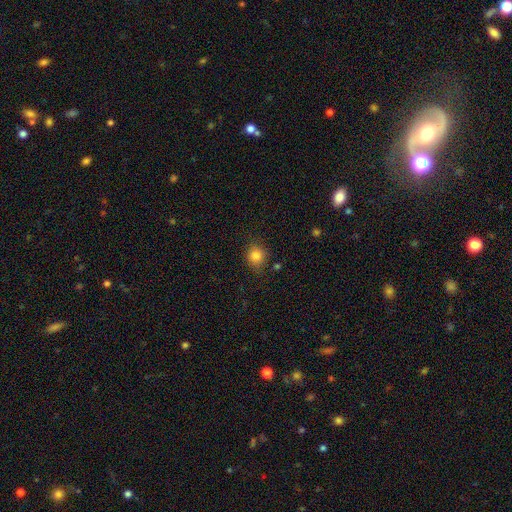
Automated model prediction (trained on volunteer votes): The model was most divided on "how rounded": round: 83%, in between: 16%, cigar-shaped: 1%. More confident: smooth or featured — smooth (84%); merging — none (82%).